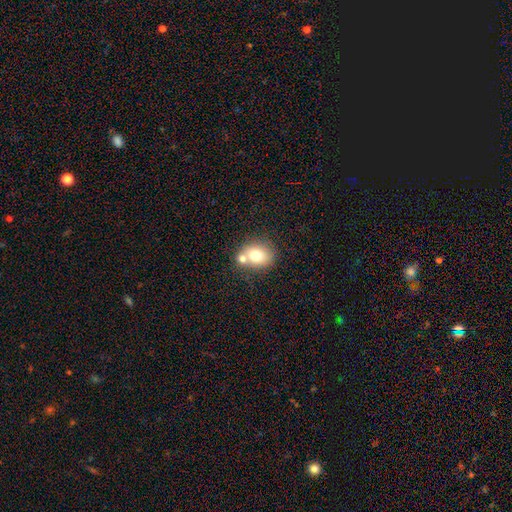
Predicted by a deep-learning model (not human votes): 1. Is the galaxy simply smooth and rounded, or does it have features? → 72% smooth, 18% featured or disk, 10% star or artifact.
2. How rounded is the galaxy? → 56% round, 43% in between, 1% cigar-shaped.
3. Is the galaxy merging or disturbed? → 46% none, 40% merger, 11% minor disturbance, 4% major disturbance.